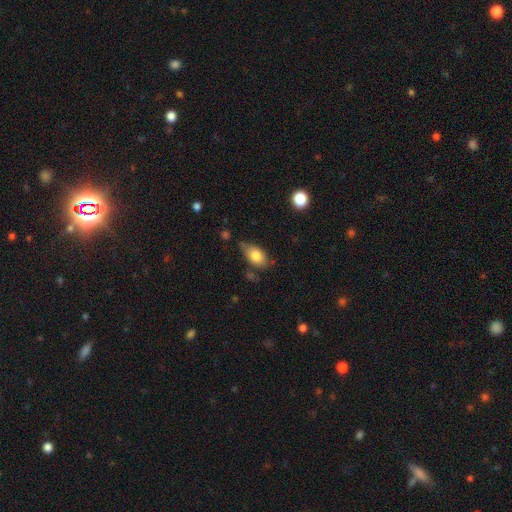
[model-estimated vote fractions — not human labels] Q: Smooth or featured?
A: smooth (79%); runner-up: featured or disk (13%)
Q: How rounded?
A: in between (87%); runner-up: round (9%)
Q: Merging?
A: none (58%); runner-up: minor disturbance (30%)